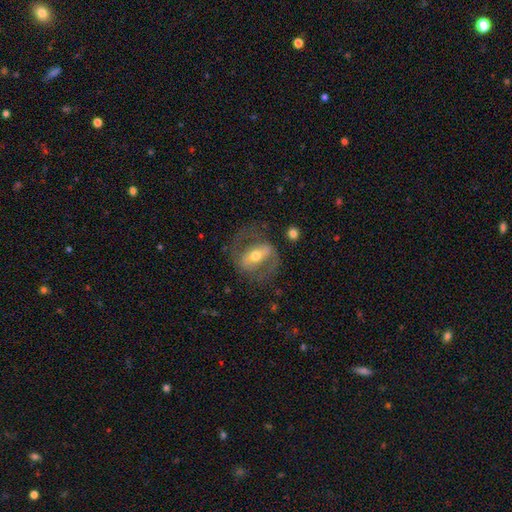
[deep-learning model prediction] The model was most divided on "bar": strong: 56%, weak: 28%, no: 17%. More confident: edge-on disk — no (92%); smooth or featured — featured or disk (76%); spiral arms — yes (71%); bulge size — moderate (67%); merging — none (65%).